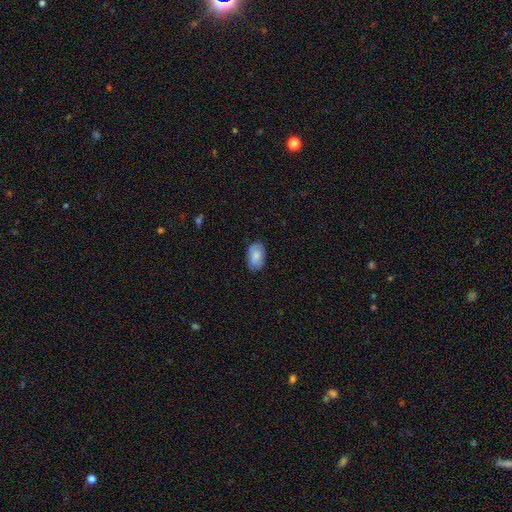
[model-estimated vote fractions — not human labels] This appears to be a smooth galaxy with no disk features (80%) that is in between round and cigar-shaped (92%). Merging: none (79%).